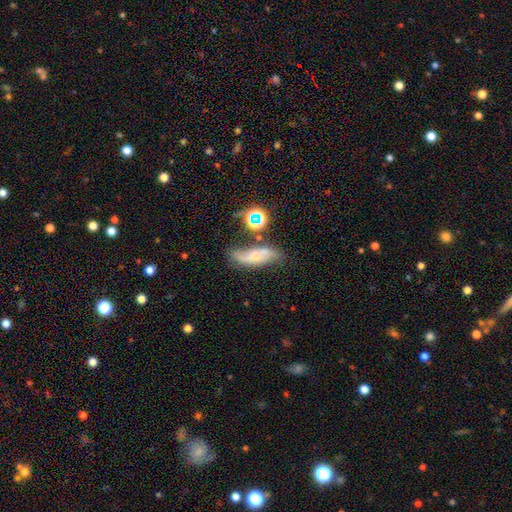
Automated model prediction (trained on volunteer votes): Smooth or featured? Predicted: featured or disk (p=0.50). Merging? Predicted: none (p=0.53).